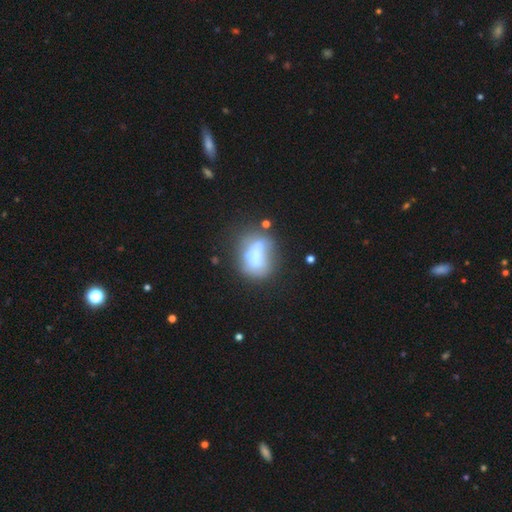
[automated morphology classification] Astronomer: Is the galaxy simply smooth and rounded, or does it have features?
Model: smooth — 53% (runner-up: featured or disk, 36%).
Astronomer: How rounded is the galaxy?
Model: in between — 69%.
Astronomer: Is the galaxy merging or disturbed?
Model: none — 33% (runner-up: merger, 25%).